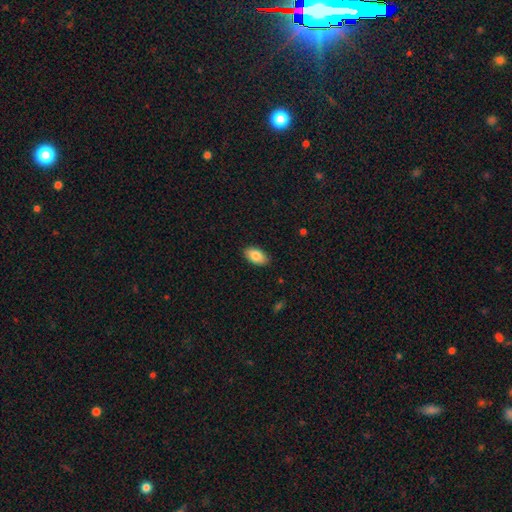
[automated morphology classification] smooth_or_featured: smooth (p=0.84) [alt: featured or disk p=0.09]
how_rounded: in between (p=0.94) [alt: round p=0.04]
merging: none (p=0.88) [alt: minor disturbance p=0.09]